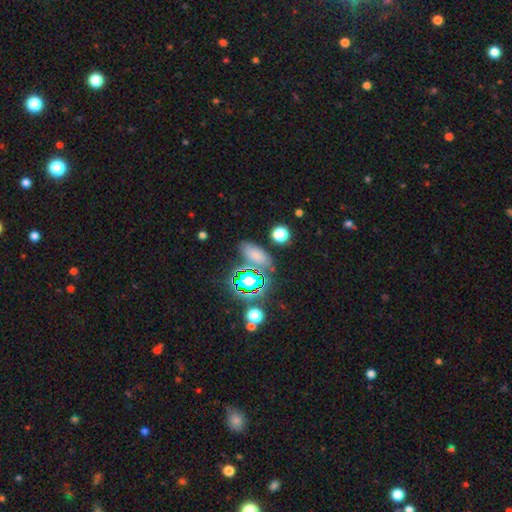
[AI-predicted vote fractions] Smooth or featured? Predicted: smooth (p=0.58). How rounded? Predicted: in between (p=0.80). Merging? Predicted: none (p=0.71).